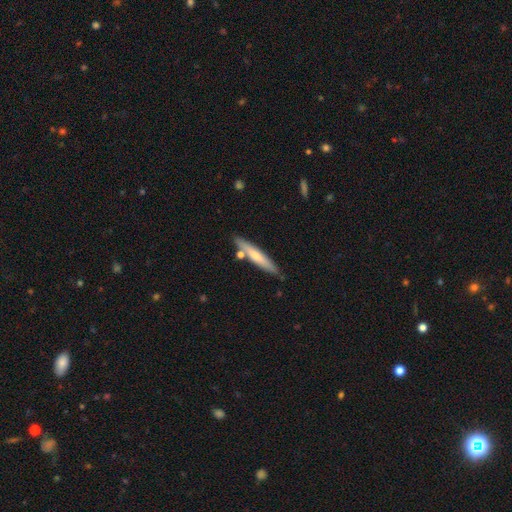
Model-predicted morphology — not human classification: This is possibly a smooth galaxy (57%). How rounded: clearly cigar-shaped (90%). Merging: likely none (79%).